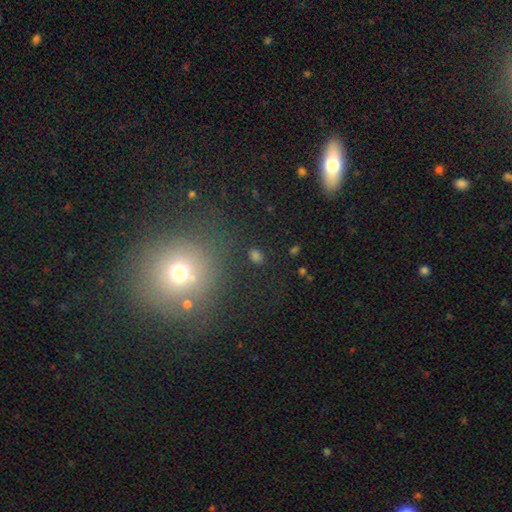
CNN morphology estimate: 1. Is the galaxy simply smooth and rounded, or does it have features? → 68% smooth, 24% star or artifact, 8% featured or disk.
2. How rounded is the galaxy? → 54% round, 44% in between, 2% cigar-shaped.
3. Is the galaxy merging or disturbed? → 83% none, 9% minor disturbance, 4% major disturbance, 4% merger.